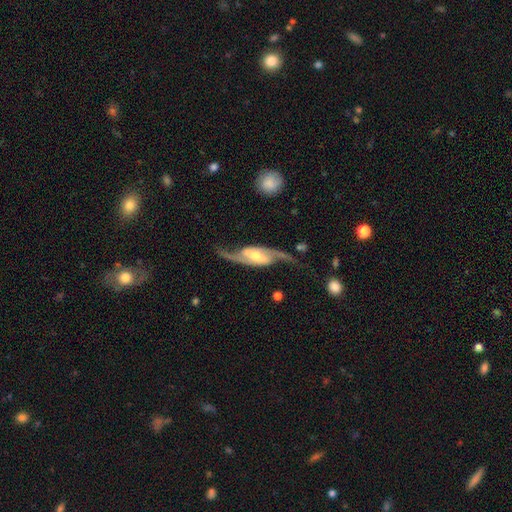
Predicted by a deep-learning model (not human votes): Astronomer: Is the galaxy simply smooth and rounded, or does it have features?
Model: featured or disk — 91%.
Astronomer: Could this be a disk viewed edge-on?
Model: no — 94%.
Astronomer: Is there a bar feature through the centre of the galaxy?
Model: strong — 43% (runner-up: weak, 40%).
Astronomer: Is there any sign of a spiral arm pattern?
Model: yes — 97%.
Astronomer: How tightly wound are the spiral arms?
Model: loose — 69%.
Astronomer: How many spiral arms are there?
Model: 2 — 94%.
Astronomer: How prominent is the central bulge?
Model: moderate — 54% (runner-up: small, 32%).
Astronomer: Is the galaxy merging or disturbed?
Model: none — 74%.